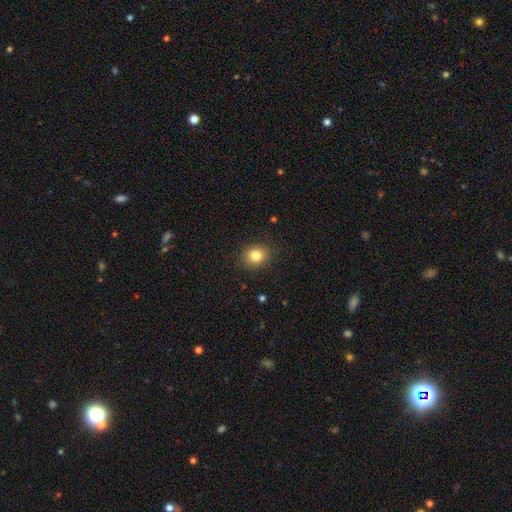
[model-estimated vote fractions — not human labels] smooth_or_featured: smooth (p=0.83) [alt: star or artifact p=0.11]
how_rounded: round (p=0.68) [alt: in between p=0.31]
merging: none (p=0.89) [alt: minor disturbance p=0.08]